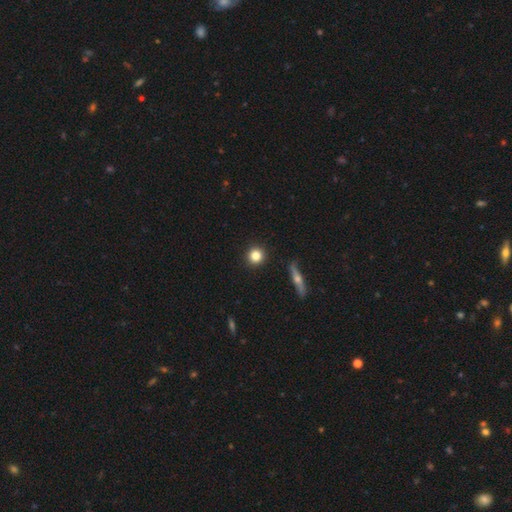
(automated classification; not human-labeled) Q: Smooth or featured?
A: smooth (83%); runner-up: star or artifact (9%)
Q: How rounded?
A: round (94%); runner-up: in between (5%)
Q: Merging?
A: none (92%); runner-up: minor disturbance (5%)